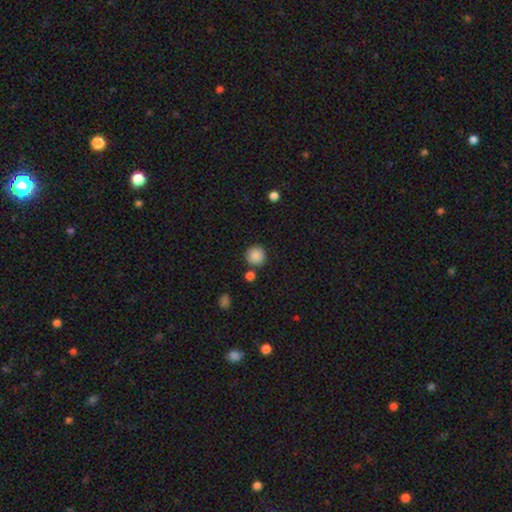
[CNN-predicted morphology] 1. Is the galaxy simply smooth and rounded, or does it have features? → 87% smooth, 9% star or artifact, 3% featured or disk.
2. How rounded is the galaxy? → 94% round, 5% in between, 1% cigar-shaped.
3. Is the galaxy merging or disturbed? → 83% none, 7% minor disturbance, 7% merger, 2% major disturbance.